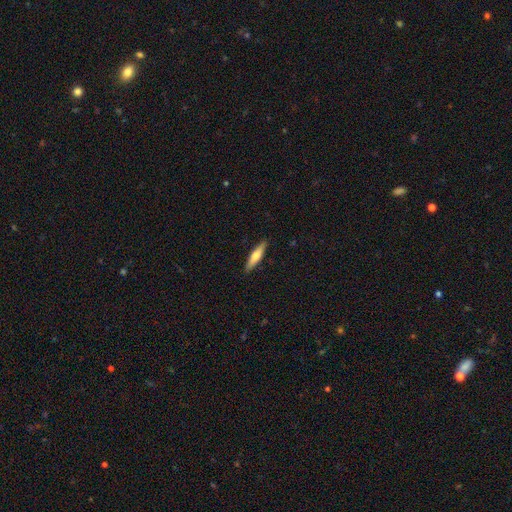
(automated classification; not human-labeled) Q: Smooth or featured?
A: smooth (57%); runner-up: featured or disk (37%)
Q: How rounded?
A: cigar-shaped (81%); runner-up: in between (18%)
Q: Merging?
A: none (90%); runner-up: minor disturbance (7%)